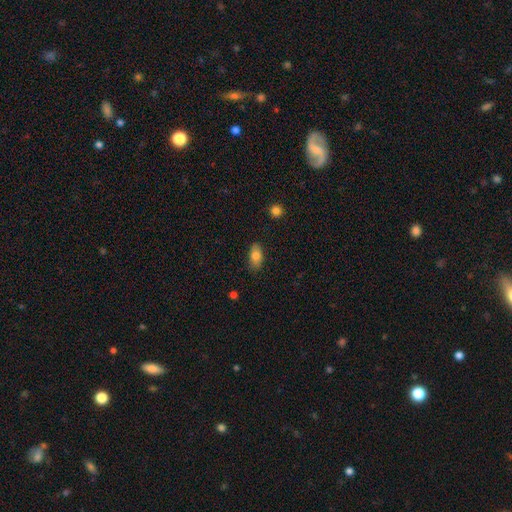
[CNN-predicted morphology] This appears to be a smooth galaxy with no disk features (81%) that is in between round and cigar-shaped (89%). Merging: none (81%).